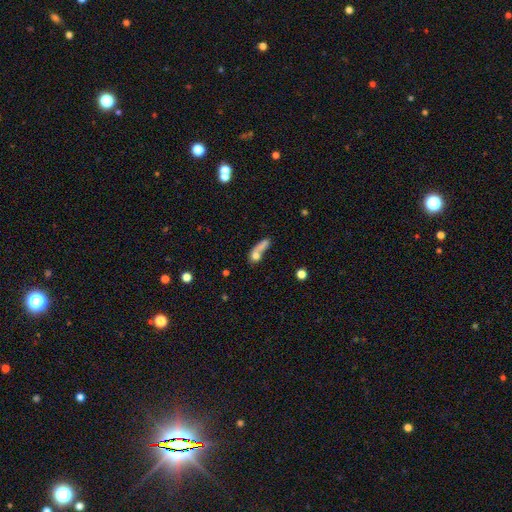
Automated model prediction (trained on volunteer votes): Overall: smooth (55%; featured or disk 24%). How rounded: in between (53%; cigar-shaped 24%). Merging: none (39%; merger 38%).